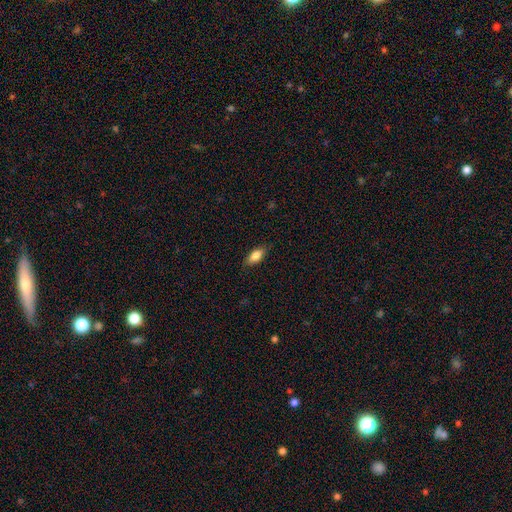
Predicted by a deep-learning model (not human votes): The model was most divided on "how rounded": in between: 82%, cigar-shaped: 15%, round: 3%. More confident: merging — none (84%); smooth or featured — smooth (82%).